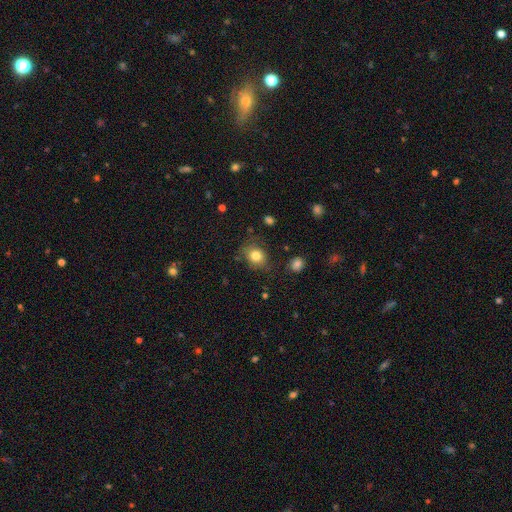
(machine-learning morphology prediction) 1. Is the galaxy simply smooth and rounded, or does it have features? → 80% smooth, 11% star or artifact, 9% featured or disk.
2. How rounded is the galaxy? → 56% round, 43% in between, 1% cigar-shaped.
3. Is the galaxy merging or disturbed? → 74% none, 19% minor disturbance, 5% major disturbance, 2% merger.